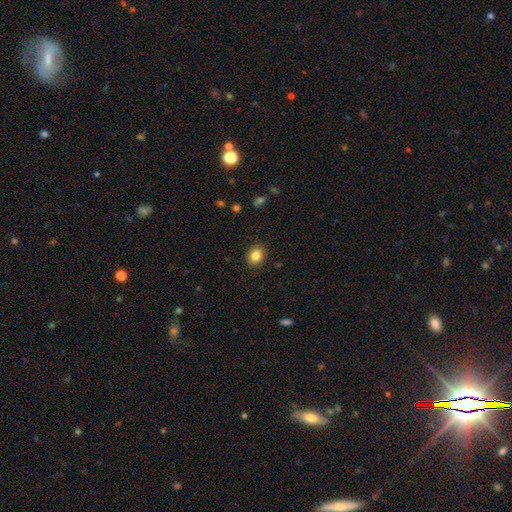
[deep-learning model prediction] Smooth or featured? Predicted: smooth (p=0.84). How rounded? Predicted: round (p=0.52). Merging? Predicted: none (p=0.89).